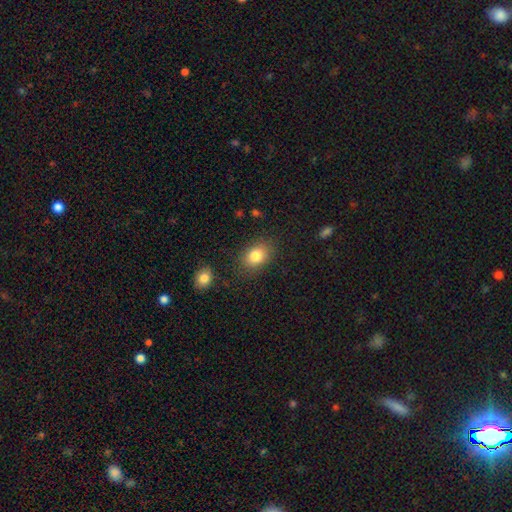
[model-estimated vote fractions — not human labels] Smooth or featured? Predicted: smooth (p=0.83). How rounded? Predicted: in between (p=0.71). Merging? Predicted: none (p=0.81).